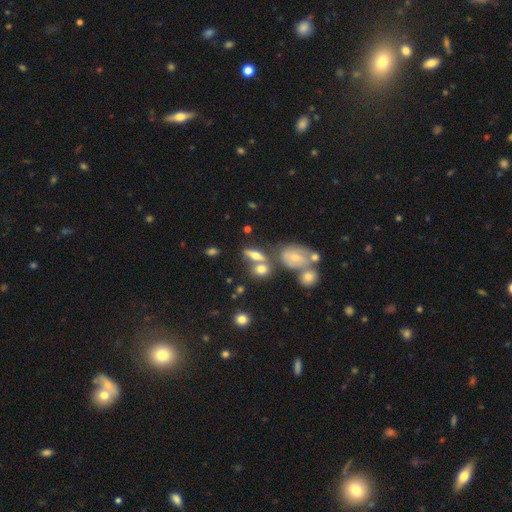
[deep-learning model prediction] A smooth galaxy with no disk features (55%) that is in between round and cigar-shaped (56%).

Vote fractions:
- Smooth or featured? smooth: 55% / featured or disk: 33% / star or artifact: 13%
- How rounded? in between: 56% / cigar-shaped: 29% / round: 15%
- Merging? none: 50% / merger: 31% / minor disturbance: 13% / major disturbance: 6%